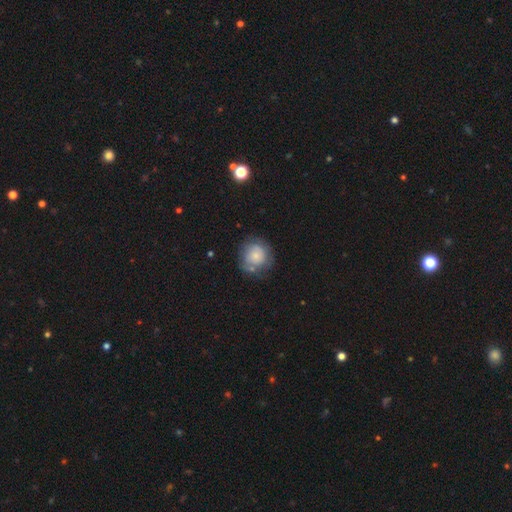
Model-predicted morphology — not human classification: A smooth galaxy with no disk features (60%) that is round (86%). Merging: none (62%).